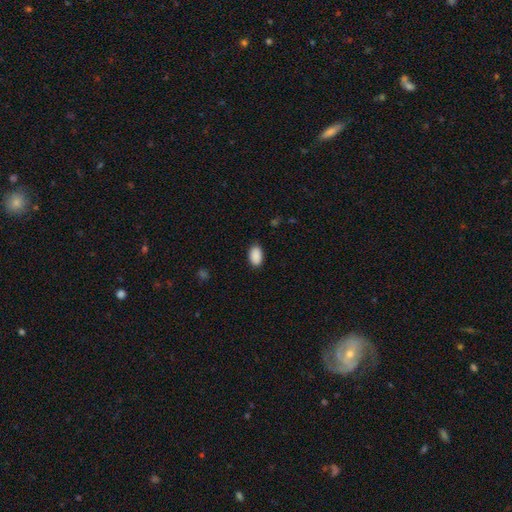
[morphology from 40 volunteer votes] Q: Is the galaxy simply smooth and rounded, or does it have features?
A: smooth — 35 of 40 (88%).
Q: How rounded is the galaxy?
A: in between — 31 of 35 (89%).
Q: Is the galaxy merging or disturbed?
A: none — 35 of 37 (95%).